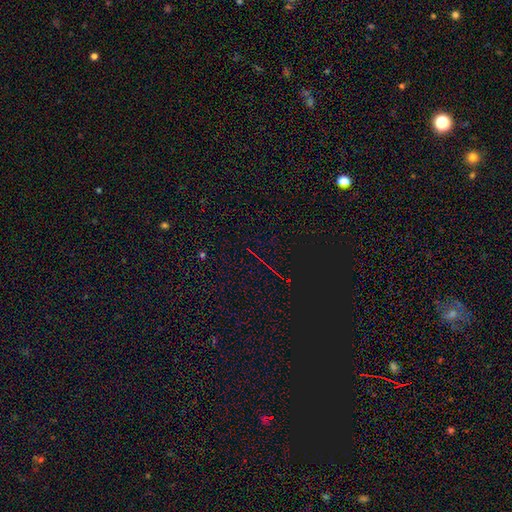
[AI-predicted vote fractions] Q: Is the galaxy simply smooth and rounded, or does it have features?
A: star or artifact — 79%.